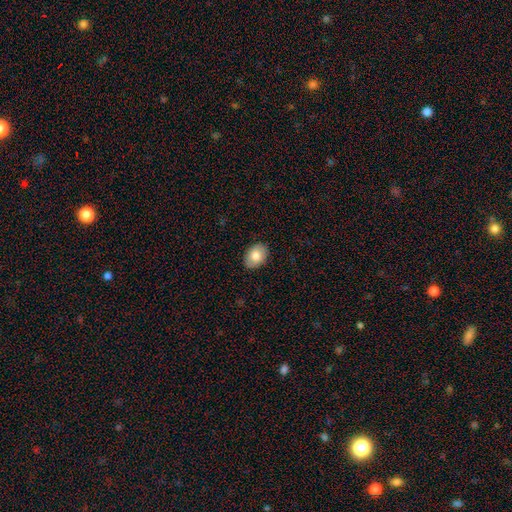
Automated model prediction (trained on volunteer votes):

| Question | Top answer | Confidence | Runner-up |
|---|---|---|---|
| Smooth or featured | smooth | 80% | featured or disk (13%) |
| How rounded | in between | 82% | round (17%) |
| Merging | none | 88% | minor disturbance (9%) |